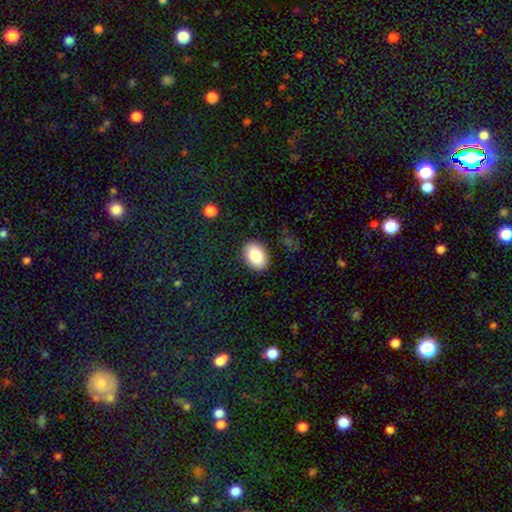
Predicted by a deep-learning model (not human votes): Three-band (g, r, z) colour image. It shows a smooth galaxy with no disk features (85%) that is in between round and cigar-shaped (79%). Merging: none (89%).